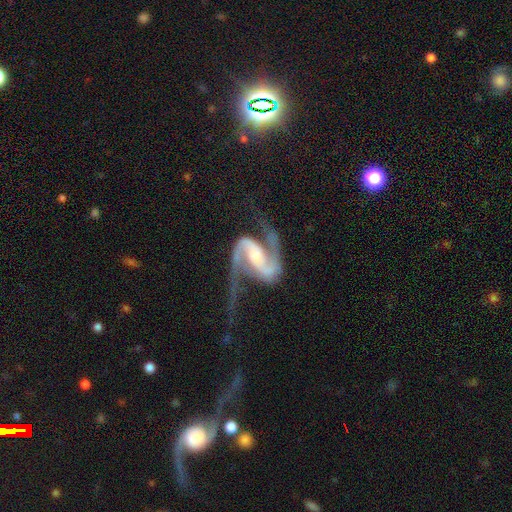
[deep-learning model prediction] smooth-or-featured: featured or disk: 93% | star or artifact: 4% | smooth: 3%
  disk-edge-on: no: 97% | yes: 3%
    bar: strong: 37% | weak: 35% | no: 28%
    has-spiral-arms: yes: 98% | no: 2%
      spiral-winding: medium: 44% (tied) | loose: 44% (tied) | tight: 12%
      spiral-arm-count: 2: 94% | 1: 2% | can't tell: 1% | 3: 1% | 4: 1% | more than 4: 1%
    bulge-size: small: 44% | moderate: 39% | none: 8% | large: 7% | dominant: 2%
  merging: none: 52% | major disturbance: 28% | minor disturbance: 16% | merger: 3%